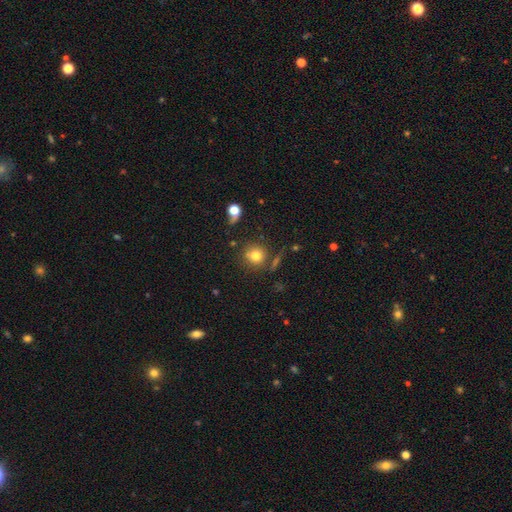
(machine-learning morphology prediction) The model was most divided on "merging": none: 71%, minor disturbance: 13%, merger: 10%, major disturbance: 6%. More confident: how rounded — round (88%); smooth or featured — smooth (77%).